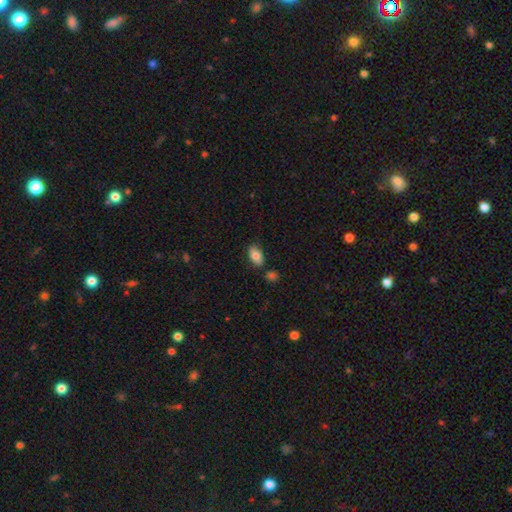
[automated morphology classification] Smooth or featured? smooth (81%)
How rounded? in between (92%)
Merging? none (76%)